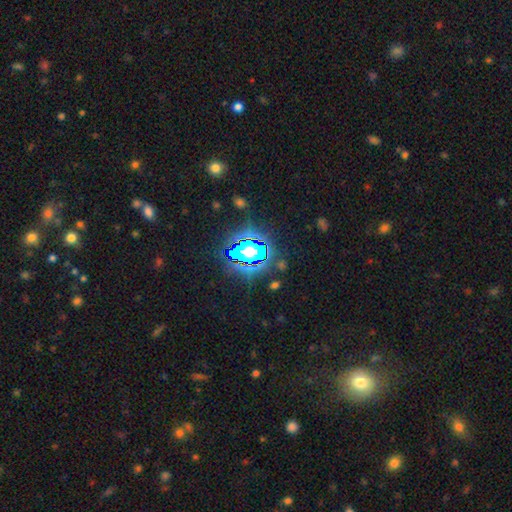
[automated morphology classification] Smooth or featured? star or artifact (72%)